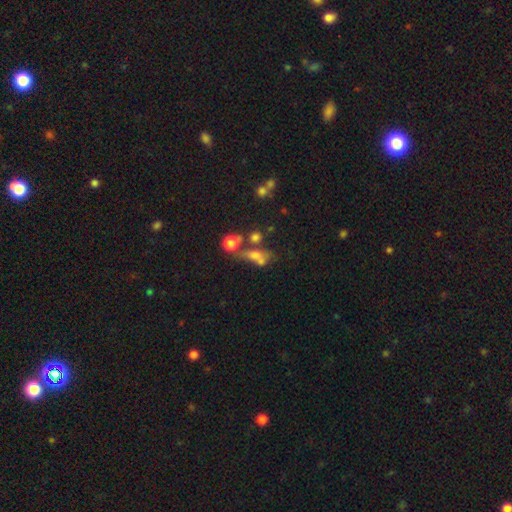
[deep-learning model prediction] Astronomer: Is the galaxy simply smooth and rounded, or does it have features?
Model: smooth — 50% (runner-up: featured or disk, 29%).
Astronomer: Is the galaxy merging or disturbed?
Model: merger — 40% (runner-up: none, 29%).